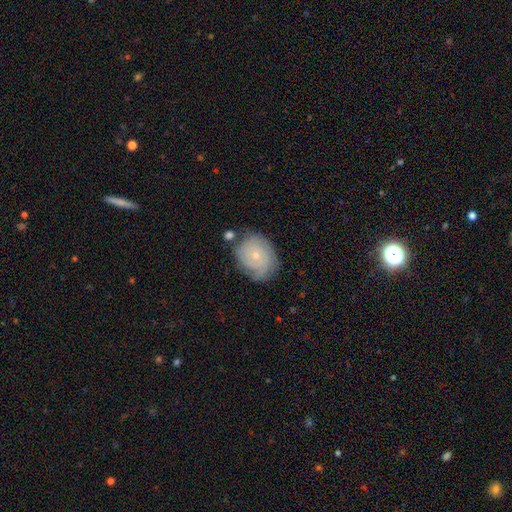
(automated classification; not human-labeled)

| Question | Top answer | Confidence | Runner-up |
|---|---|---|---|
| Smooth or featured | featured or disk | 58% | smooth (34%) |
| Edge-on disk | no | 97% | yes (3%) |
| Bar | no | 85% | weak (13%) |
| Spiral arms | yes | 82% | no (18%) |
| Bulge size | small | 78% | moderate (19%) |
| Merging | none | 67% | minor disturbance (21%) |